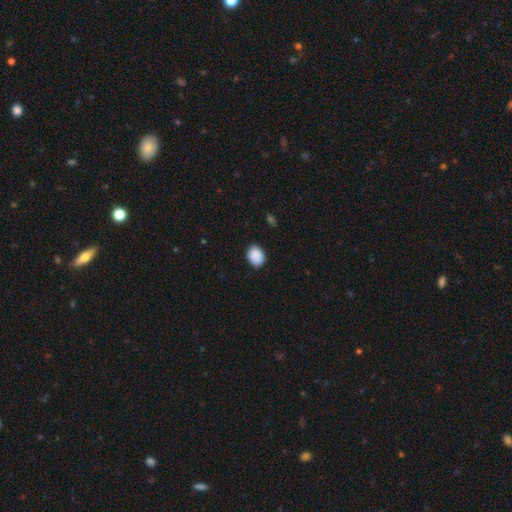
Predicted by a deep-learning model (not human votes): Smooth or featured?
  - smooth: 90% *
  - star or artifact: 7%
  - featured or disk: 3%
How rounded?
  - in between: 62% *
  - round: 37%
  - cigar-shaped: 1%
Merging?
  - none: 87% *
  - minor disturbance: 10%
  - major disturbance: 2%
  - merger: 1%